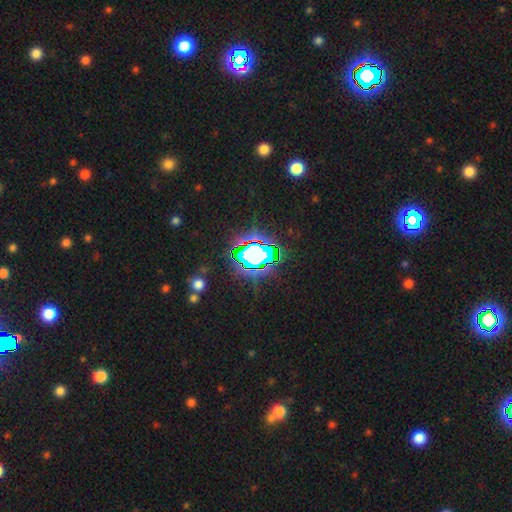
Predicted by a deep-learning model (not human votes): Q: Smooth or featured?
A: star or artifact (80%); runner-up: smooth (12%)